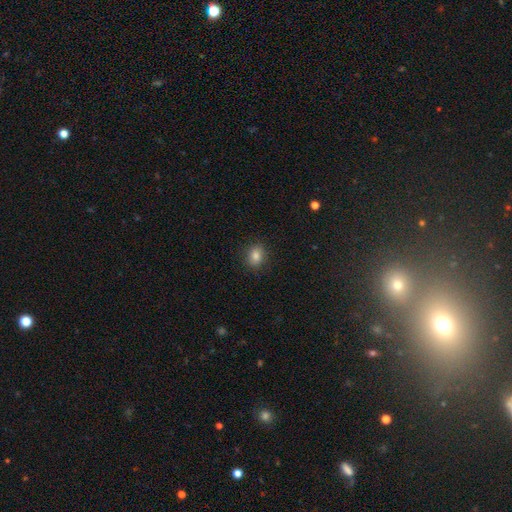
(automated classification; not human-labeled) Smooth or featured: smooth — 83% (star or artifact — 11%)
How rounded: in between — 53% (round — 45%)
Merging: none — 88% (minor disturbance — 9%)